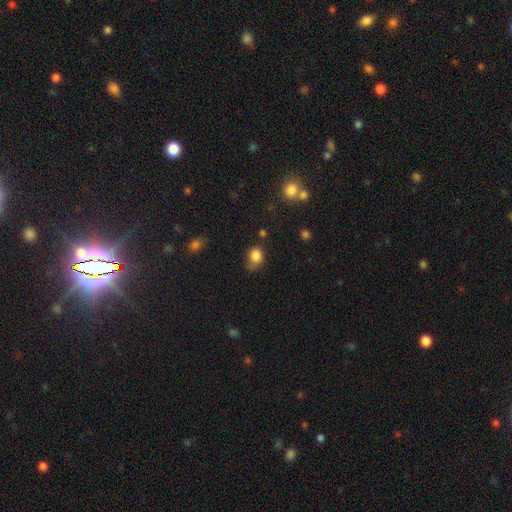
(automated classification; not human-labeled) A smooth galaxy with no disk features (84%) that is in between round and cigar-shaped (50%).

Vote fractions:
- Smooth or featured? smooth: 84% / star or artifact: 10% / featured or disk: 6%
- How rounded? in between: 50% / round: 49% / cigar-shaped: 1%
- Merging? none: 50% / minor disturbance: 34% / major disturbance: 12% / merger: 4%